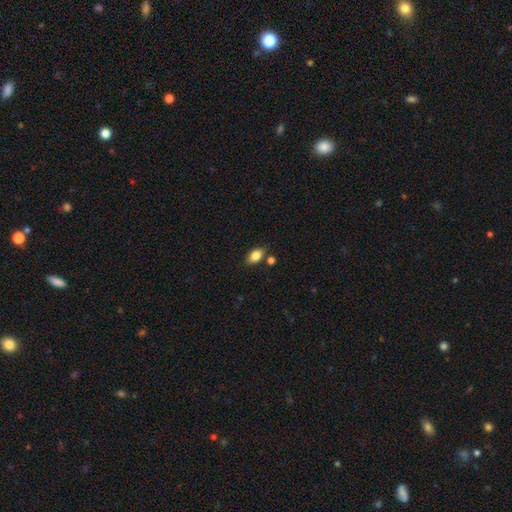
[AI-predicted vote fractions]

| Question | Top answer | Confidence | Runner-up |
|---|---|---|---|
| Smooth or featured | smooth | 85% | star or artifact (9%) |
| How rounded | in between | 87% | round (11%) |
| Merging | none | 75% | minor disturbance (13%) |